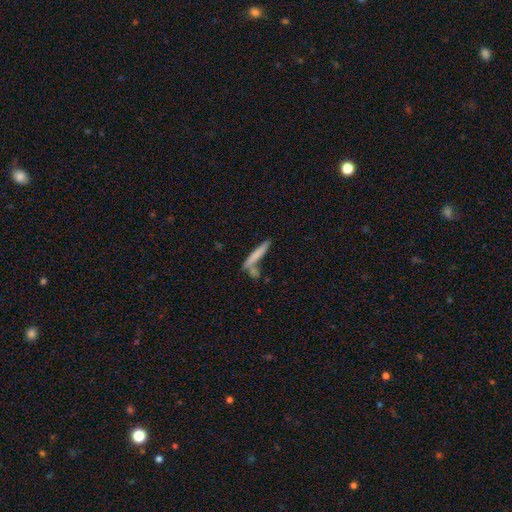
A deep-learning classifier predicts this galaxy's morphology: A smooth galaxy with no disk features (71%) that is cigar-shaped (92%).

Vote fractions:
- Smooth or featured? smooth: 71% / featured or disk: 22% / star or artifact: 7%
- How rounded? cigar-shaped: 92% / in between: 7% / round: 2%
- Merging? none: 63% / merger: 20% / minor disturbance: 13% / major disturbance: 4%